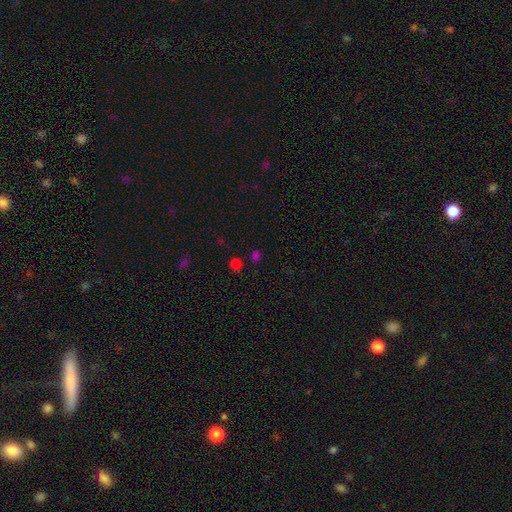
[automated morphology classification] A smooth galaxy with no disk features (61%) that is round (82%). Merging: none (79%).